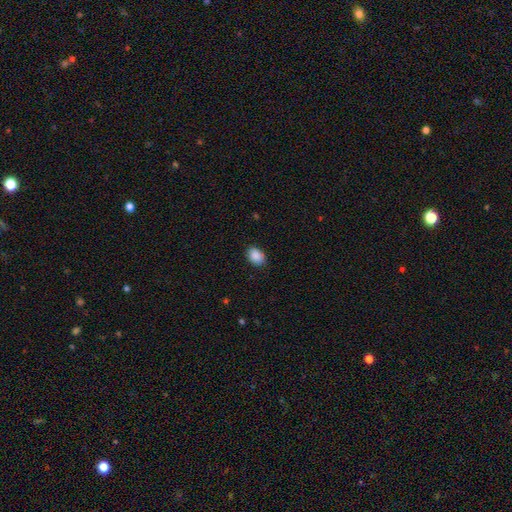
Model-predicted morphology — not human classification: A smooth galaxy with no disk features (89%) that is in between round and cigar-shaped (76%). Merging: none (86%).